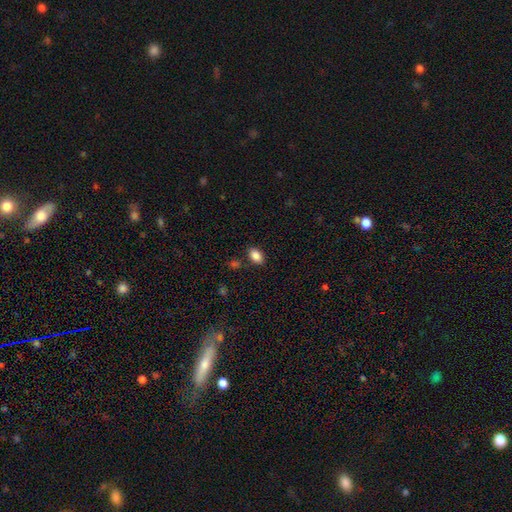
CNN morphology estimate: A smooth galaxy with no disk features (87%) that is in between round and cigar-shaped (88%). Merging: none (83%).